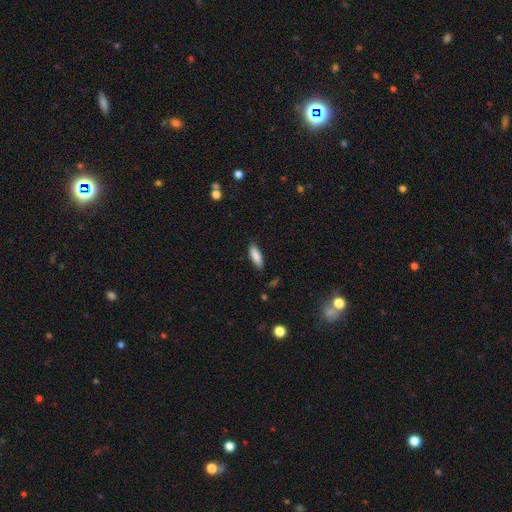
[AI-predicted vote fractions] A smooth galaxy with no disk features (87%) that is in between round and cigar-shaped (60%). Merging: none (85%).